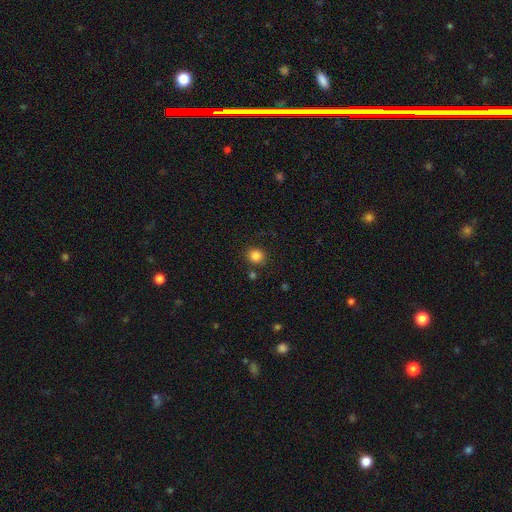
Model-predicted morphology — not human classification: Smooth or featured: smooth — 84% (star or artifact — 11%)
How rounded: round — 82% (in between — 17%)
Merging: none — 83% (minor disturbance — 9%)